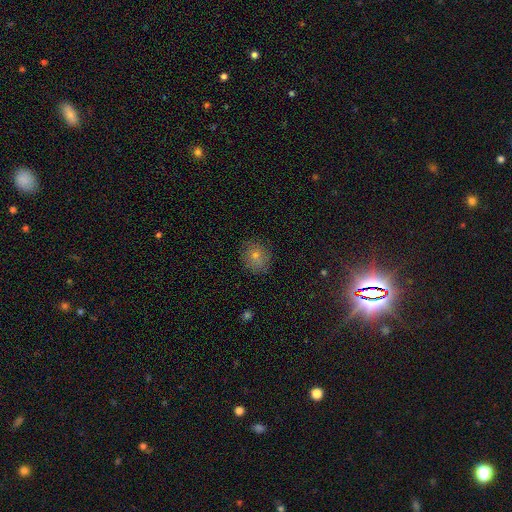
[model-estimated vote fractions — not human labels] The model was most divided on "smooth or featured": smooth: 60%, star or artifact: 25%, featured or disk: 14%. More confident: merging — none (85%); how rounded — round (84%).